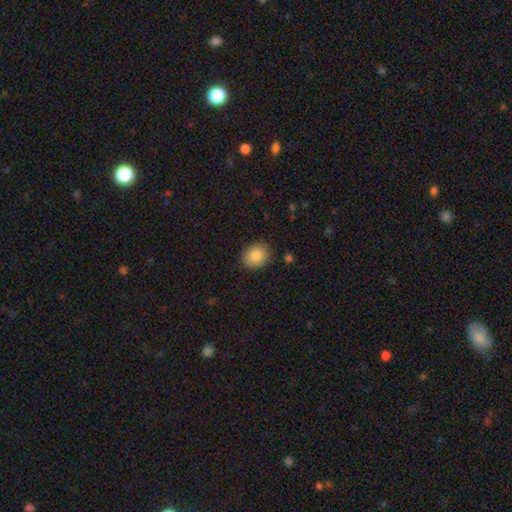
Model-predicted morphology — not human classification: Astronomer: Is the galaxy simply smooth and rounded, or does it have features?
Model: smooth — 85%.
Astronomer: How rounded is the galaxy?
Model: round — 56% (runner-up: in between, 43%).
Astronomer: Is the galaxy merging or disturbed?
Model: none — 88%.